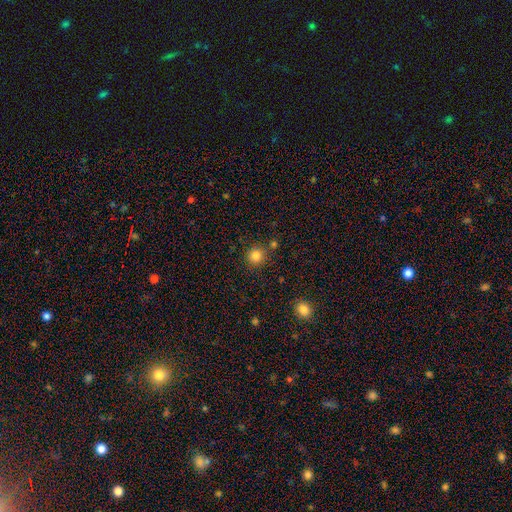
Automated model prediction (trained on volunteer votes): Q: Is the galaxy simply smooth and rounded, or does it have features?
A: smooth — 83%.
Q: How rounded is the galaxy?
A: round — 93%.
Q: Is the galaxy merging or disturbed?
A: none — 83%.